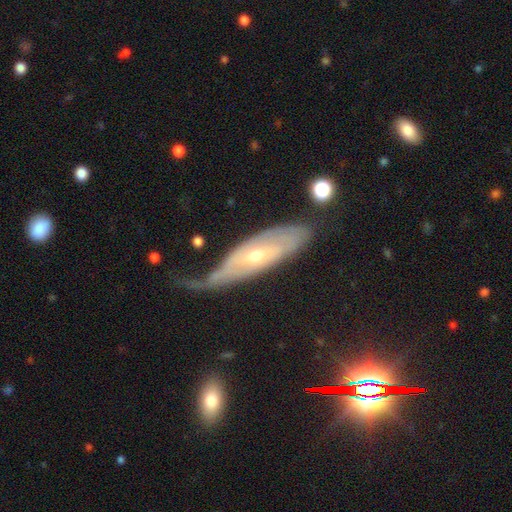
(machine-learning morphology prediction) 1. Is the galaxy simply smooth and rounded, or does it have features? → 68% featured or disk, 24% smooth, 8% star or artifact.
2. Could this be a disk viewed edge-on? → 72% no, 28% yes.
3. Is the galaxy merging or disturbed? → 36% none, 34% minor disturbance, 26% major disturbance, 4% merger.